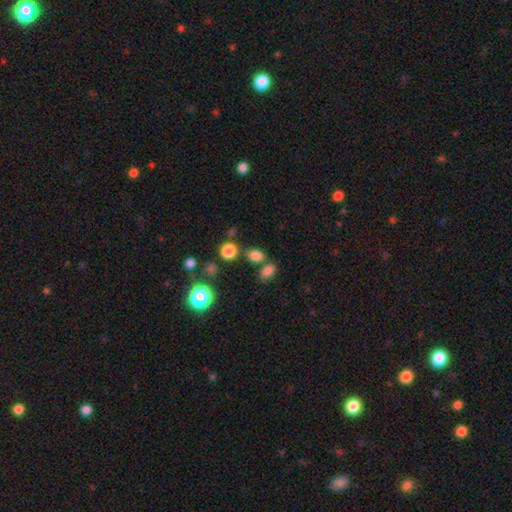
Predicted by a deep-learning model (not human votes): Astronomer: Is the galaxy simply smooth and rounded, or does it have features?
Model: smooth — 79%.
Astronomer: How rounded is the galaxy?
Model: in between — 66%.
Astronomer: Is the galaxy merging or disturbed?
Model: none — 65%.